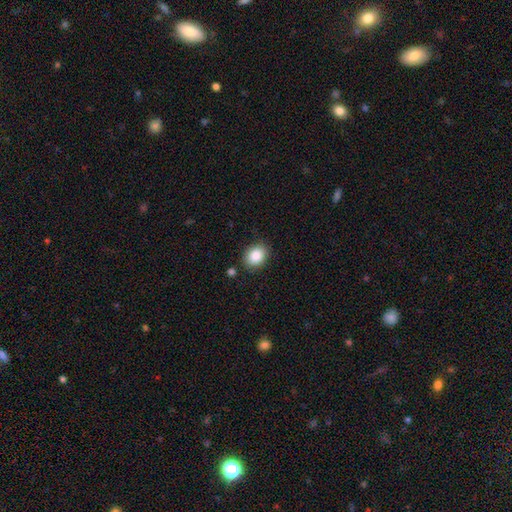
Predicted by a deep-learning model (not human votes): Morphology: type=smooth (87%); roundness=in between (58%); merging=none (85%).